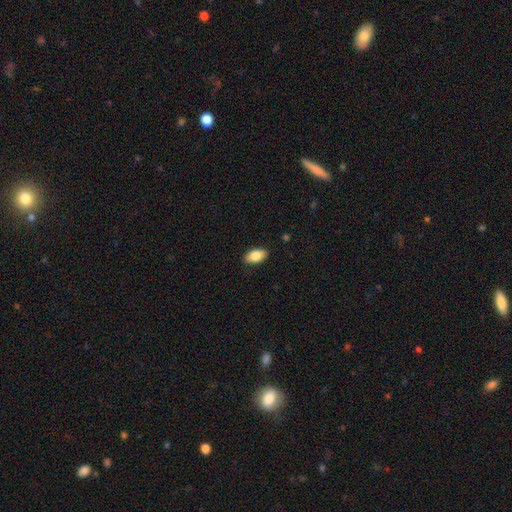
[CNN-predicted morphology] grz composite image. It shows a smooth galaxy with no disk features (84%) that is in between round and cigar-shaped (93%). Merging: none (89%).